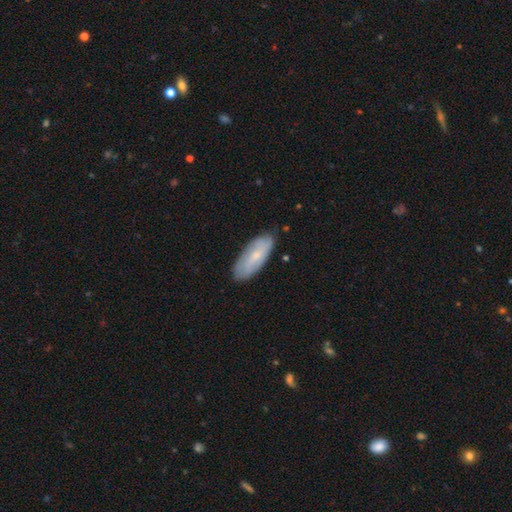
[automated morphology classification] This appears to be a smooth galaxy with no disk features (57%) that is in between round and cigar-shaped (75%). Merging: none (82%).